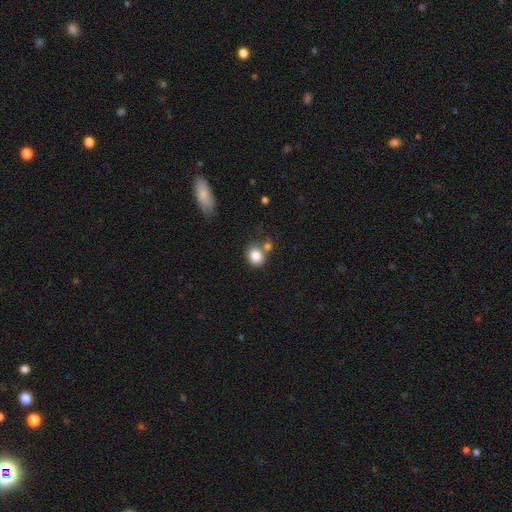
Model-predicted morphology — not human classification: smooth 83%, star or artifact 10%, featured or disk 7%. Down the decision tree: how rounded — round (69%); merging — none (63%).